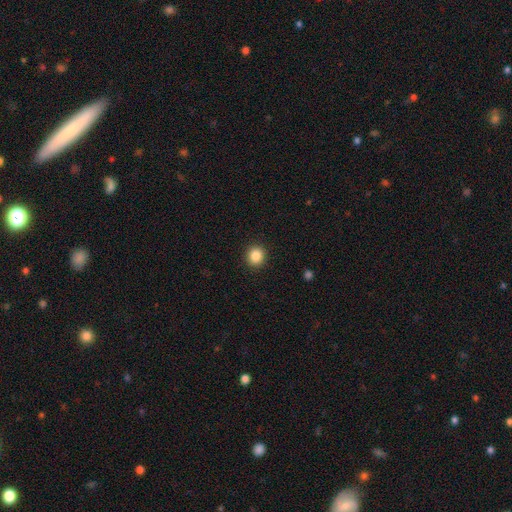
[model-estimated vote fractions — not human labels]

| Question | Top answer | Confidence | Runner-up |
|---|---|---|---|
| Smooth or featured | smooth | 86% | star or artifact (10%) |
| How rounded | round | 85% | in between (15%) |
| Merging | none | 92% | minor disturbance (5%) |